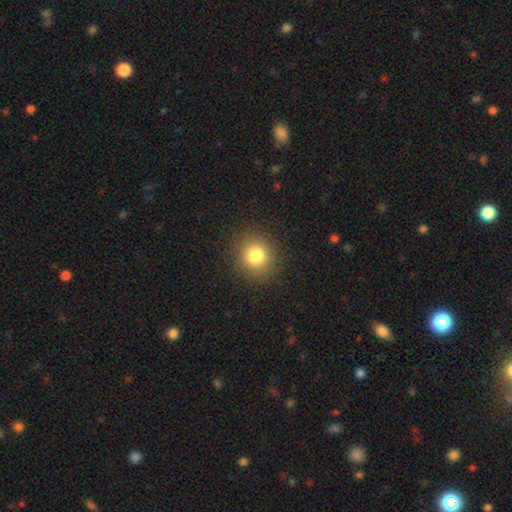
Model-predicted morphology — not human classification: This is clearly a smooth galaxy (81%). How rounded: clearly round (87%). Merging: clearly none (90%).